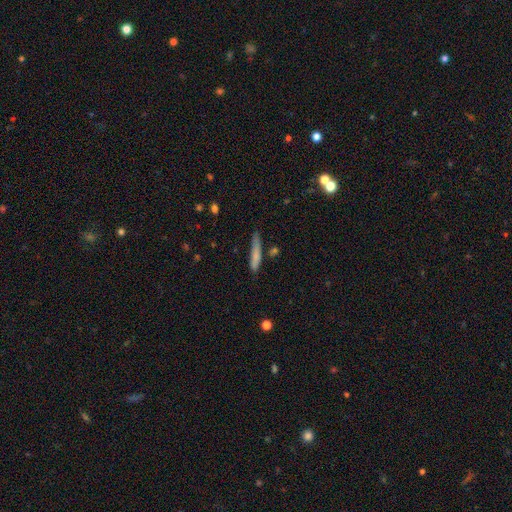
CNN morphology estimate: The model was most divided on "merging": none: 67%, minor disturbance: 23%, major disturbance: 5%, merger: 5%. More confident: how rounded — cigar-shaped (90%); smooth or featured — smooth (76%).